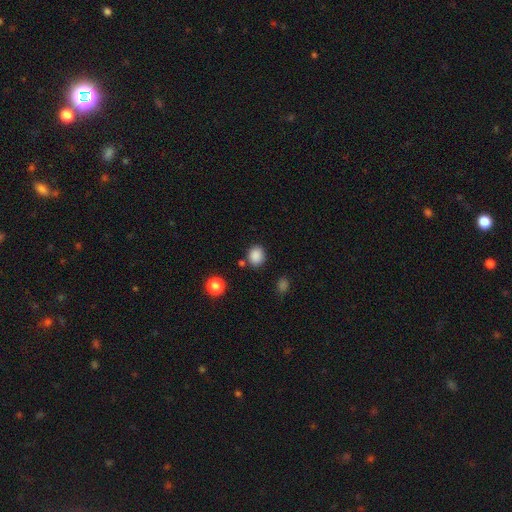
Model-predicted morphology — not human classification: Smooth or featured: smooth — 86% (star or artifact — 11%)
How rounded: round — 66% (in between — 33%)
Merging: none — 80% (minor disturbance — 11%)